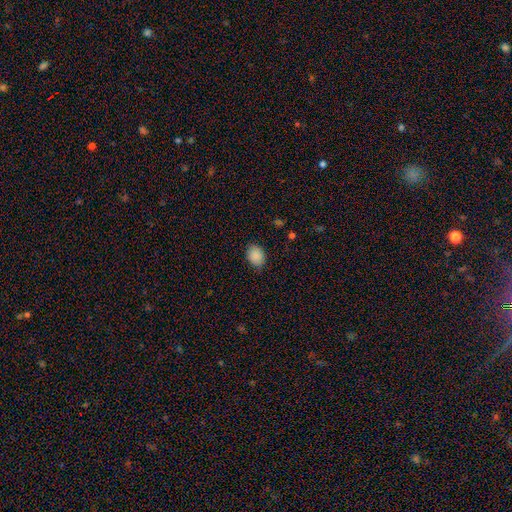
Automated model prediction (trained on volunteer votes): The model was most divided on "how rounded": in between: 65%, round: 34%, cigar-shaped: 1%. More confident: smooth or featured — smooth (89%); merging — none (83%).